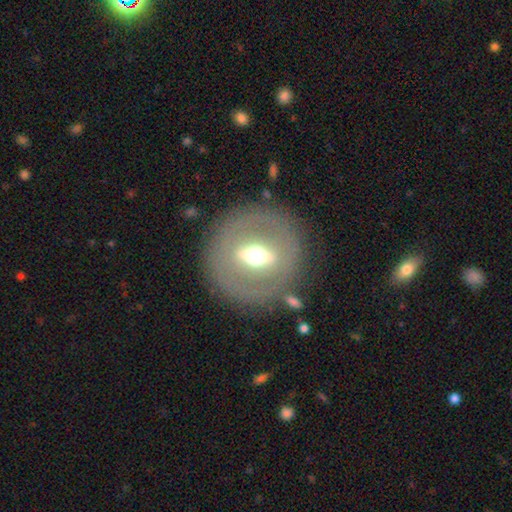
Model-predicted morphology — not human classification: A featured or disk galaxy (69%) with a strong bar (61%), no spiral arms (88%) and a moderate central bulge (69%).

Vote fractions:
- Smooth or featured? featured or disk: 69% / smooth: 24% / star or artifact: 7%
- Edge-on disk? no: 73% / yes: 27%
- Bar? strong: 61% / weak: 25% / no: 14%
- Spiral arms? no: 88% / yes: 12%
- Bulge size? moderate: 69% / large: 16% / small: 12% / dominant: 2% / none: 1%
- Merging? none: 82% / minor disturbance: 9% / major disturbance: 6% / merger: 3%